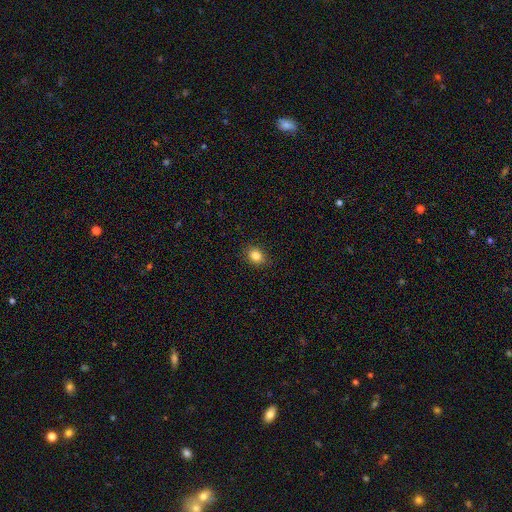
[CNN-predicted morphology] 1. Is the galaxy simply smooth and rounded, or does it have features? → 84% smooth, 11% star or artifact, 6% featured or disk.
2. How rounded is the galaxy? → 51% round, 48% in between, 1% cigar-shaped.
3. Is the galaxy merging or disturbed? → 88% none, 9% minor disturbance, 2% major disturbance, 1% merger.